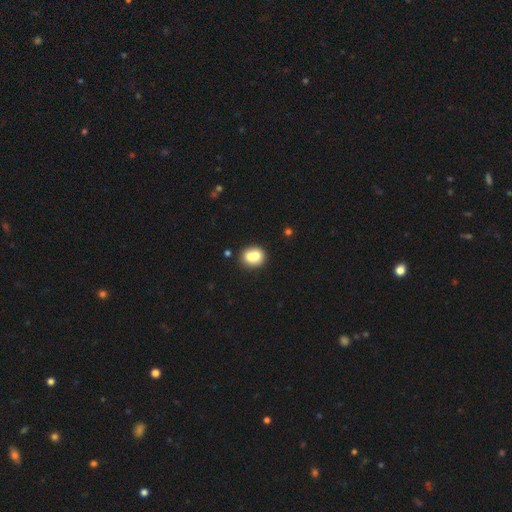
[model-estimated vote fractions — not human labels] A smooth galaxy with no disk features (73%) that is round (66%).

Vote fractions:
- Smooth or featured? smooth: 73% / featured or disk: 18% / star or artifact: 9%
- How rounded? round: 66% / in between: 33% / cigar-shaped: 1%
- Merging? none: 47% / merger: 36% / minor disturbance: 12% / major disturbance: 4%